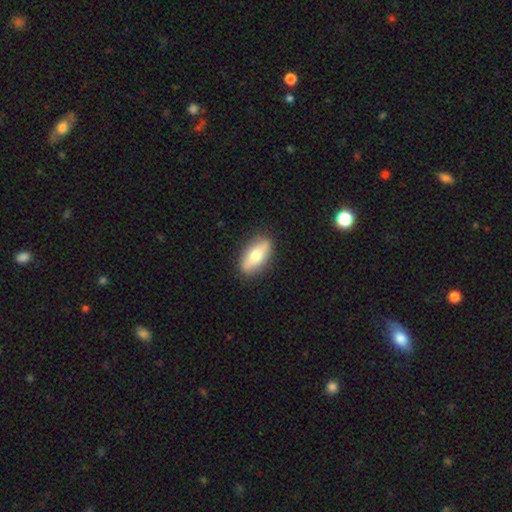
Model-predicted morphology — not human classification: This appears to be a smooth galaxy with no disk features (58%) that is in between round and cigar-shaped (78%). Merging: none (87%).